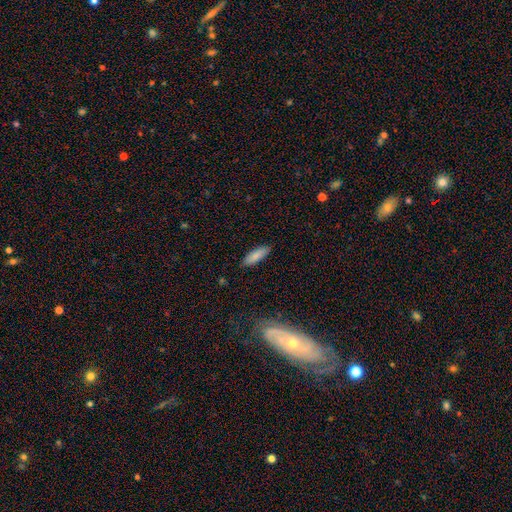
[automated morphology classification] Q: Smooth or featured?
A: smooth (85%); runner-up: featured or disk (8%)
Q: How rounded?
A: in between (56%); runner-up: cigar-shaped (42%)
Q: Merging?
A: none (88%); runner-up: minor disturbance (9%)